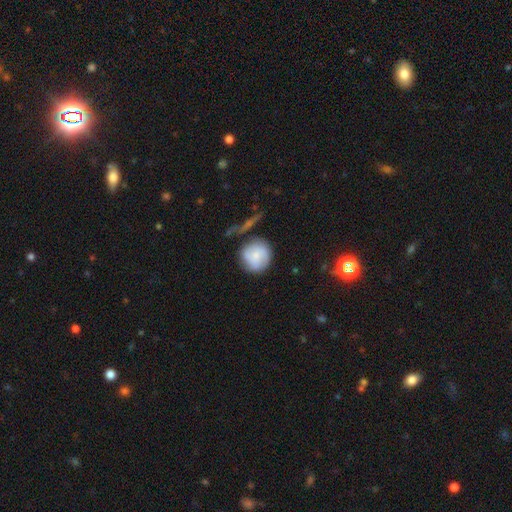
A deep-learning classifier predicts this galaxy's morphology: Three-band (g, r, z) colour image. It shows a smooth galaxy with no disk features (64%) that is round (90%). Merging: none (66%).